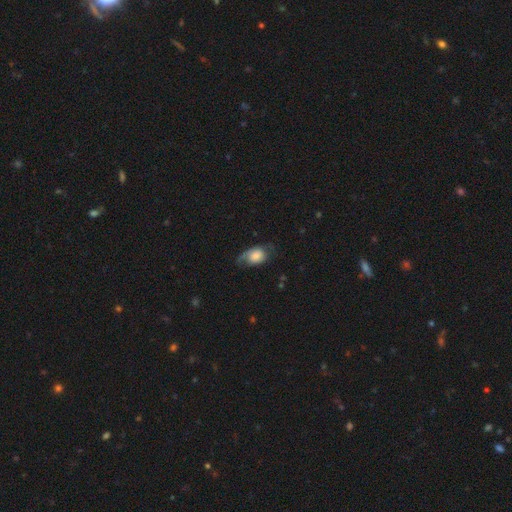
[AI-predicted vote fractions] A smooth galaxy with no disk features (56%) that is in between round and cigar-shaped (78%). Merging: none (41%).